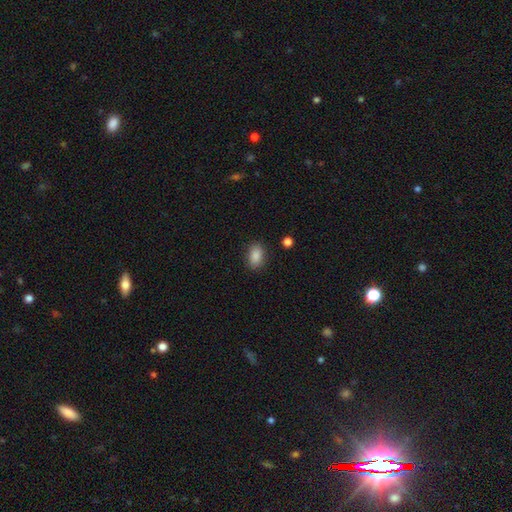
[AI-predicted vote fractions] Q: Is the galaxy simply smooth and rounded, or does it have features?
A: smooth — 88%.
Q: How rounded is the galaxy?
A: in between — 86%.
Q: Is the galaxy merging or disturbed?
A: none — 86%.